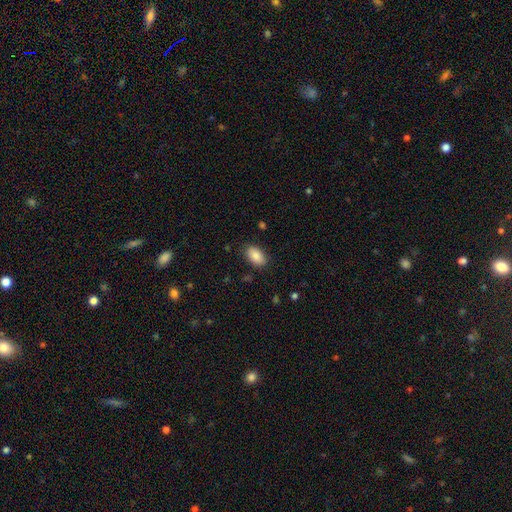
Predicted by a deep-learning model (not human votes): A smooth galaxy with no disk features (87%) that is in between round and cigar-shaped (93%).

Vote fractions:
- Smooth or featured? smooth: 87% / star or artifact: 7% / featured or disk: 6%
- How rounded? in between: 93% / round: 5% / cigar-shaped: 2%
- Merging? none: 85% / minor disturbance: 11% / major disturbance: 3% / merger: 1%